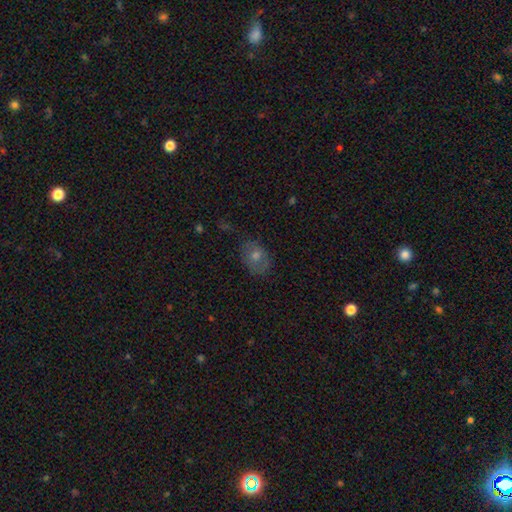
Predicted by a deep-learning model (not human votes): Q: Smooth or featured?
A: smooth (52%); runner-up: featured or disk (31%)
Q: How rounded?
A: in between (61%); runner-up: round (38%)
Q: Merging?
A: none (69%); runner-up: minor disturbance (22%)